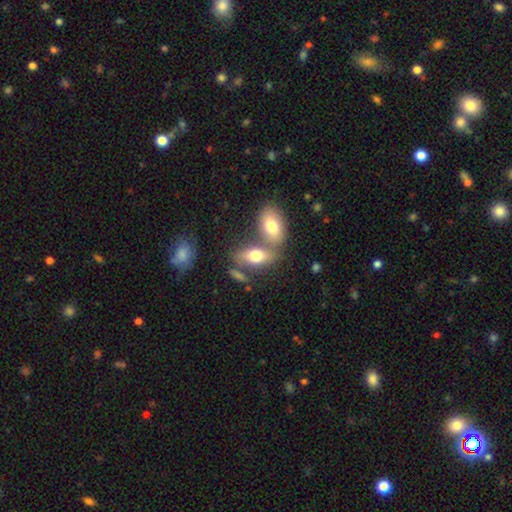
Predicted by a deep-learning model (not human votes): A smooth galaxy with no disk features (66%) that is in between round and cigar-shaped (84%).

Vote fractions:
- Smooth or featured? smooth: 66% / featured or disk: 26% / star or artifact: 8%
- How rounded? in between: 84% / cigar-shaped: 9% / round: 8%
- Merging? none: 49% / merger: 37% / minor disturbance: 10% / major disturbance: 4%